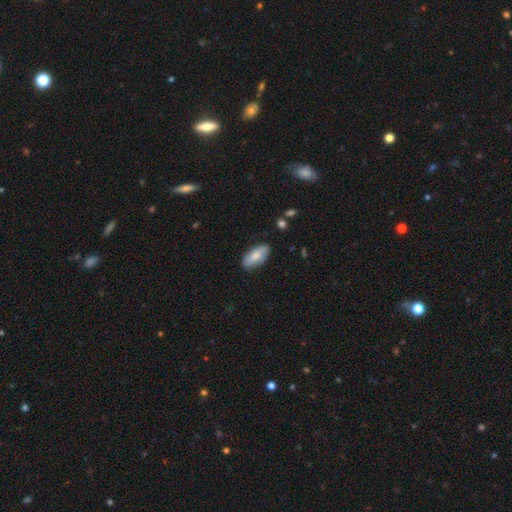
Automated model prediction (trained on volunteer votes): This is likely a smooth galaxy (73%). How rounded: clearly in between (90%). Merging: likely none (79%).